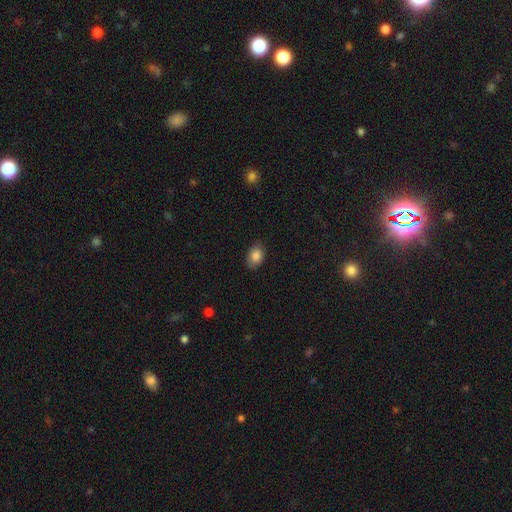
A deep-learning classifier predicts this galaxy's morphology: Smooth or featured: smooth — 85% (star or artifact — 8%)
How rounded: in between — 82% (round — 17%)
Merging: none — 82% (minor disturbance — 14%)